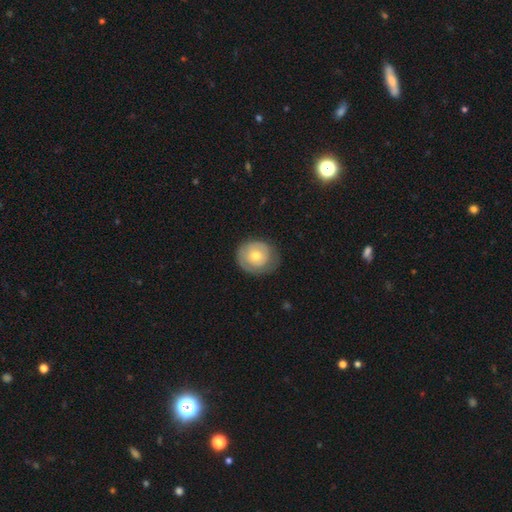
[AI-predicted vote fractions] A featured or disk galaxy (48%).

Vote fractions:
- Smooth or featured? featured or disk: 48% / smooth: 46% / star or artifact: 6%
- Merging? none: 71% / minor disturbance: 21% / major disturbance: 7% / merger: 1%